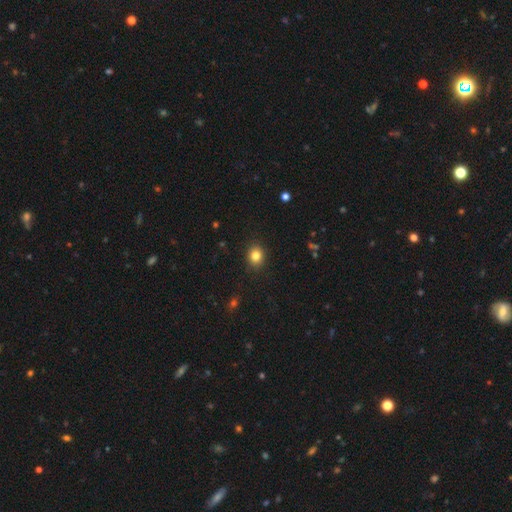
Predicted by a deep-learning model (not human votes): This appears to be a smooth galaxy with no disk features (83%) that is round (65%). Merging: none (90%).